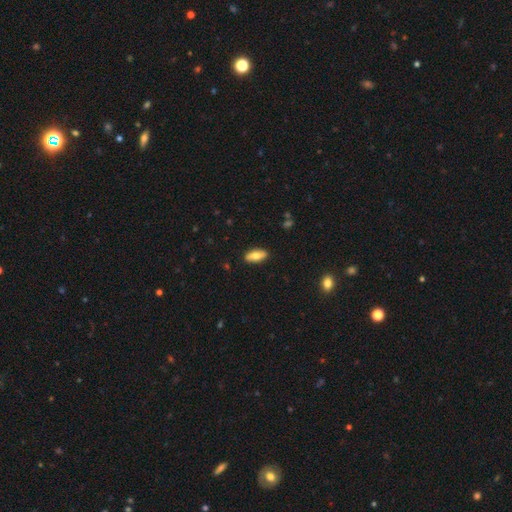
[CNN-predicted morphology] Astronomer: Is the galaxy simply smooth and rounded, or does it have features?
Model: smooth — 73%.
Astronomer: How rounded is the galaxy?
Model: in between — 83%.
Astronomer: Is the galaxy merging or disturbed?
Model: none — 89%.